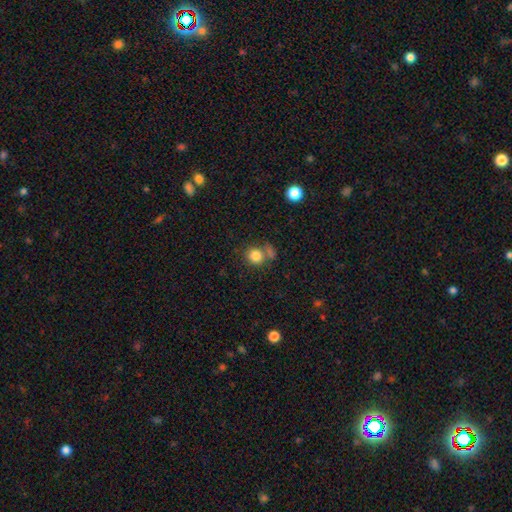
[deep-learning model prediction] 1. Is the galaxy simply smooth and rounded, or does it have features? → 83% smooth, 10% star or artifact, 7% featured or disk.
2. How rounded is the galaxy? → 84% round, 15% in between, 1% cigar-shaped.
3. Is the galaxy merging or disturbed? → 58% none, 25% merger, 11% minor disturbance, 6% major disturbance.